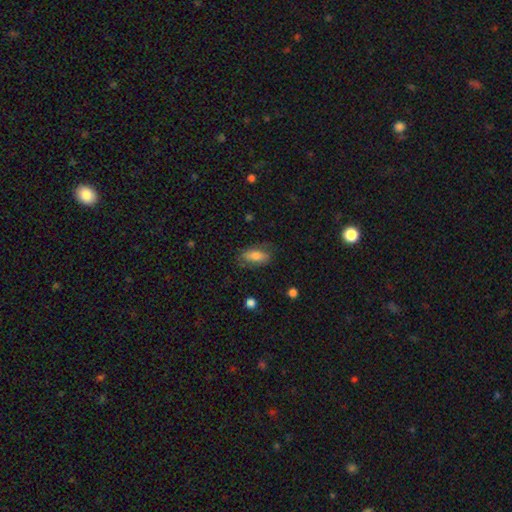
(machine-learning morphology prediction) Smooth or featured? smooth (71%)
How rounded? in between (82%)
Merging? none (74%)